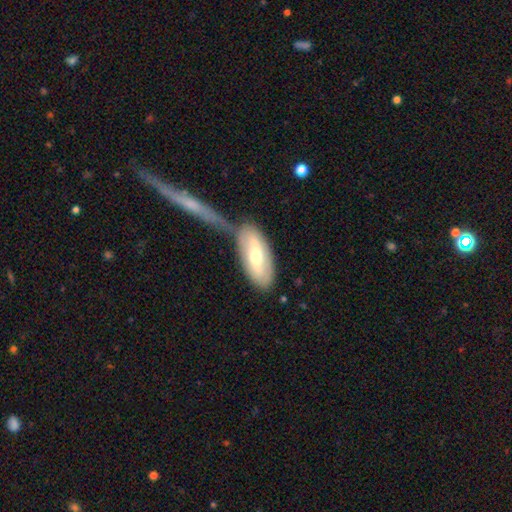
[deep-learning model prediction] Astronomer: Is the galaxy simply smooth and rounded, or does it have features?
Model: smooth — 50% (runner-up: featured or disk, 45%).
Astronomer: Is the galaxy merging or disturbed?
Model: none — 52%.